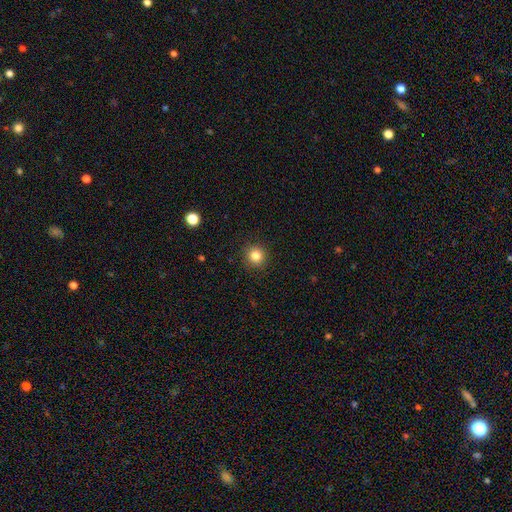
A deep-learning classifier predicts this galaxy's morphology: Q: Smooth or featured?
A: smooth (84%); runner-up: star or artifact (12%)
Q: How rounded?
A: round (93%); runner-up: in between (6%)
Q: Merging?
A: none (91%); runner-up: minor disturbance (6%)